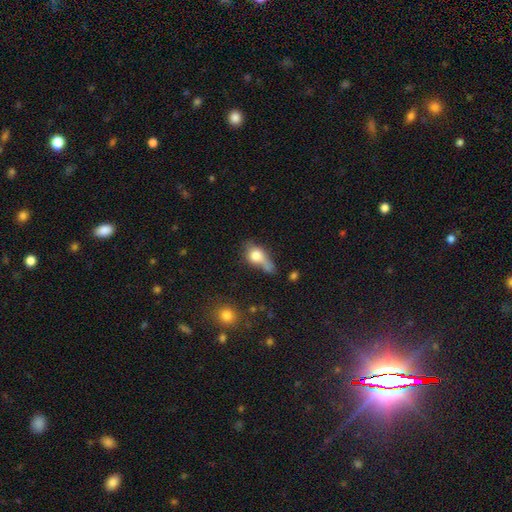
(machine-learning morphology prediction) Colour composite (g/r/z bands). It shows a smooth galaxy with no disk features (70%) that is in between round and cigar-shaped (55%). Merging: none (27%).